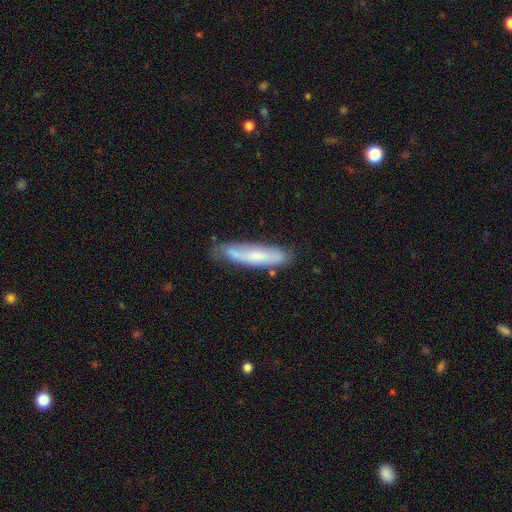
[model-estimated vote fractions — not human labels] Q: Smooth or featured?
A: smooth (55%); runner-up: featured or disk (38%)
Q: How rounded?
A: cigar-shaped (78%); runner-up: in between (21%)
Q: Merging?
A: none (71%); runner-up: minor disturbance (22%)